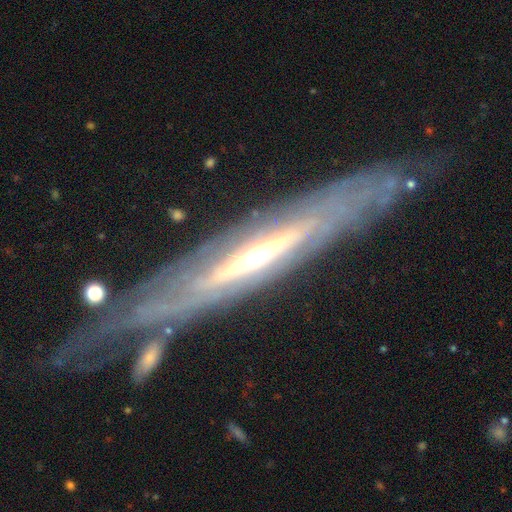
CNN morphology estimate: smooth-or-featured: featured or disk: 84% | smooth: 10% | star or artifact: 5%
  disk-edge-on: yes: 60% | no: 40%
    edge-on-bulge: rounded: 73% | none: 22% | boxy: 5%
  merging: none: 68% | minor disturbance: 17% | major disturbance: 10% | merger: 5%